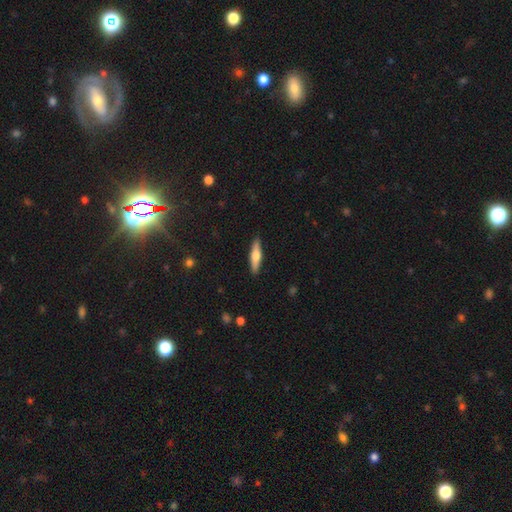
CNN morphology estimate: smooth-or-featured: smooth: 52% | featured or disk: 42% | star or artifact: 6%
  how-rounded: cigar-shaped: 76% | in between: 22% | round: 2%
  merging: none: 90% | minor disturbance: 7% | major disturbance: 2% | merger: 1%